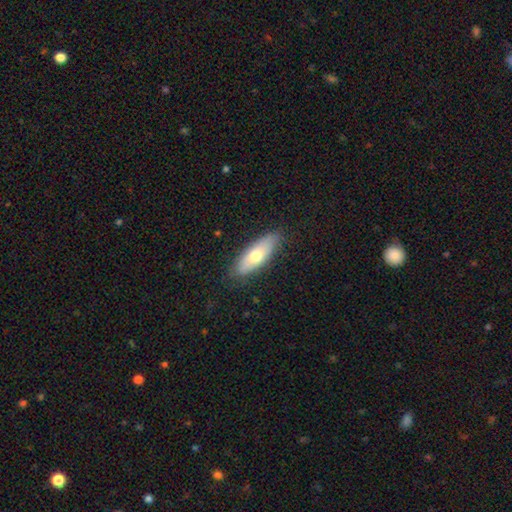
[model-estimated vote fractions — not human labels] smooth_or_featured: smooth (p=0.62) [alt: featured or disk p=0.32]
how_rounded: in between (p=0.64) [alt: cigar-shaped p=0.33]
merging: none (p=0.84) [alt: minor disturbance p=0.12]